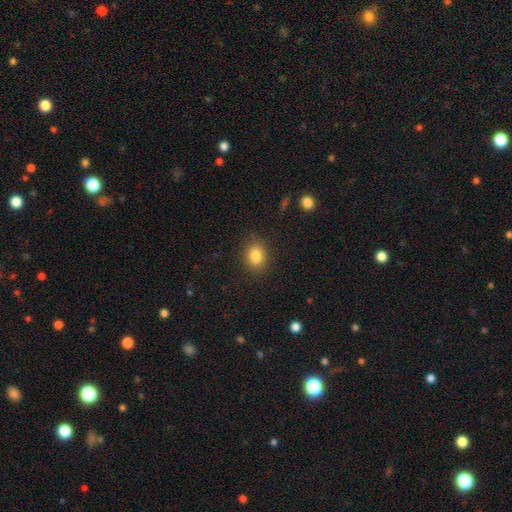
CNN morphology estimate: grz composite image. It shows a smooth galaxy with no disk features (83%) that is round (51%). Merging: none (86%).